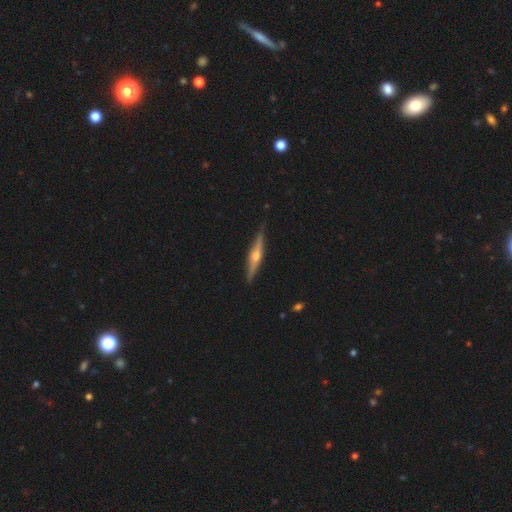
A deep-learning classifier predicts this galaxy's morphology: A featured or disk galaxy (78%) viewed edge-on (98%) with a rounded central bulge (90%).

Vote fractions:
- Smooth or featured? featured or disk: 78% / smooth: 16% / star or artifact: 5%
- Edge-on disk? yes: 98% / no: 2%
- Edge-on bulge? rounded: 90% / boxy: 5% / none: 4%
- Merging? none: 90% / minor disturbance: 7% / major disturbance: 1% / merger: 1%